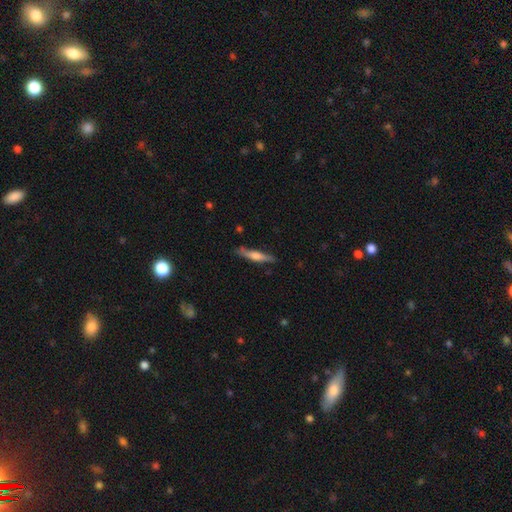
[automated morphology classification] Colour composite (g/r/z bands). It shows a featured or disk galaxy (50%). Merging: none (82%).